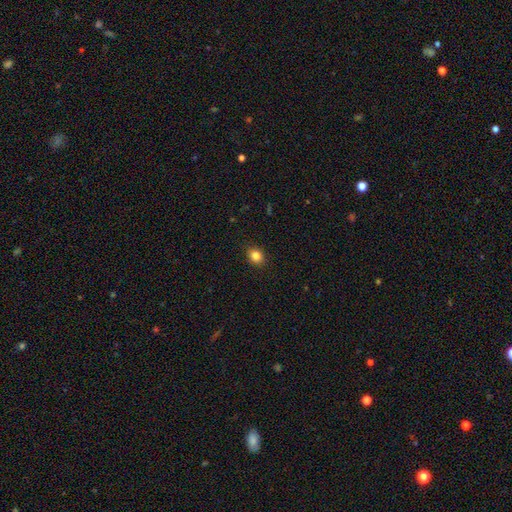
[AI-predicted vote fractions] Smooth or featured?
  - smooth: 85% *
  - star or artifact: 11%
  - featured or disk: 5%
How rounded?
  - round: 58% *
  - in between: 41%
  - cigar-shaped: 1%
Merging?
  - none: 89% *
  - minor disturbance: 8%
  - major disturbance: 2%
  - merger: 1%